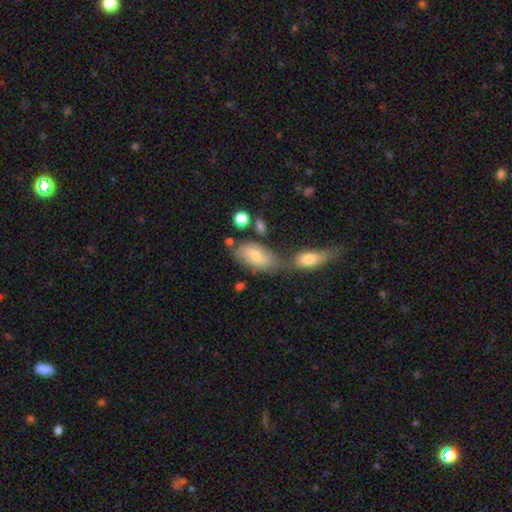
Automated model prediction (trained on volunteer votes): A smooth galaxy with no disk features (64%) that is in between round and cigar-shaped (90%). Merging: none (50%).